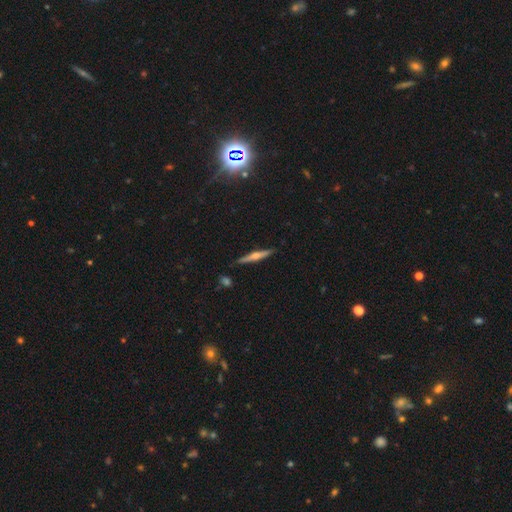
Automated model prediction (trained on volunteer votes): Smooth or featured?
  - featured or disk: 68% *
  - smooth: 25%
  - star or artifact: 7%
Edge-on disk?
  - yes: 97% *
  - no: 3%
Edge-on bulge?
  - rounded: 88% *
  - none: 6%
  - boxy: 5%
Merging?
  - none: 89% *
  - minor disturbance: 8%
  - merger: 2%
  - major disturbance: 2%